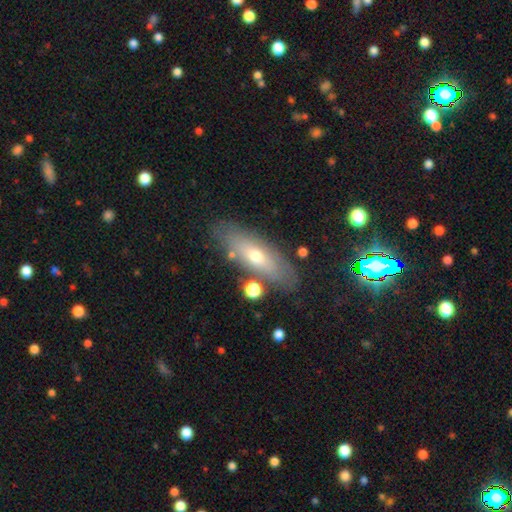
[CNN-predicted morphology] A smooth galaxy with no disk features (52%) that is in between round and cigar-shaped (61%). Merging: none (79%).